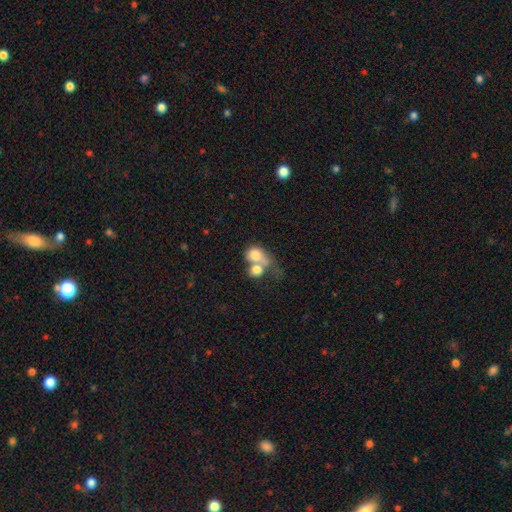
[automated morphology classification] Smooth or featured?
  - smooth: 72% *
  - featured or disk: 19%
  - star or artifact: 9%
How rounded?
  - round: 55% *
  - in between: 44%
  - cigar-shaped: 2%
Merging?
  - merger: 69% *
  - none: 15%
  - major disturbance: 10%
  - minor disturbance: 6%